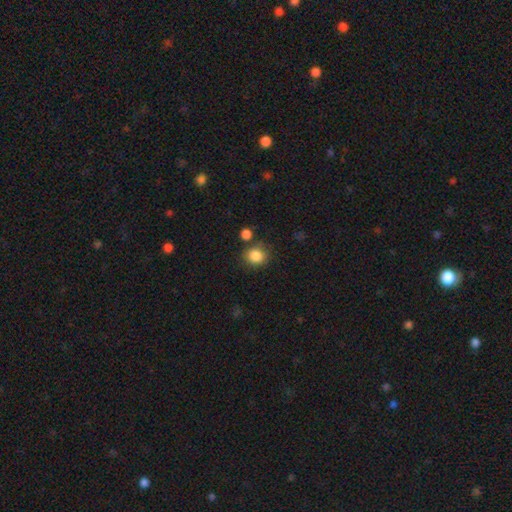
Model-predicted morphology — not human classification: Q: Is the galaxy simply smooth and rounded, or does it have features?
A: smooth — 86%.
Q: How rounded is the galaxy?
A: round — 80%.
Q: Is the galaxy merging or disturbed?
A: none — 74%.